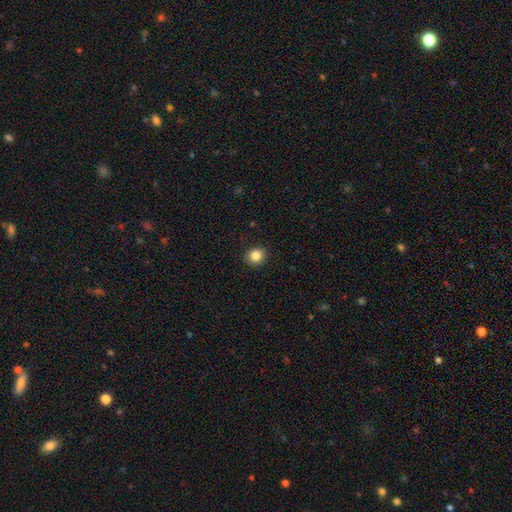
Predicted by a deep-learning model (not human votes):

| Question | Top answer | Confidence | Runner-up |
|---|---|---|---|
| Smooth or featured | smooth | 85% | star or artifact (10%) |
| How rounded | round | 80% | in between (19%) |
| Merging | none | 91% | minor disturbance (6%) |